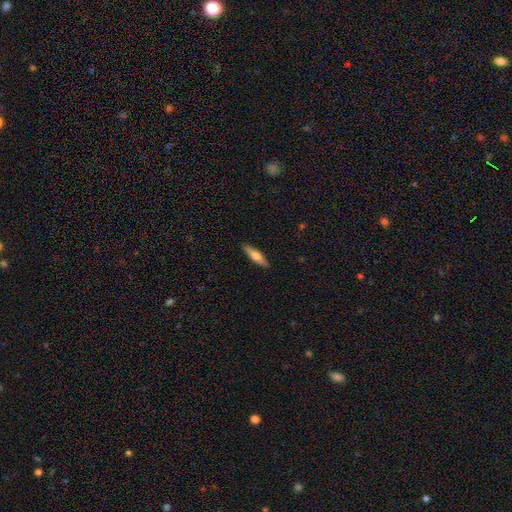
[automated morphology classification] A smooth galaxy with no disk features (57%) that is cigar-shaped (72%).

Vote fractions:
- Smooth or featured? smooth: 57% / featured or disk: 38% / star or artifact: 6%
- How rounded? cigar-shaped: 72% / in between: 26% / round: 2%
- Merging? none: 89% / minor disturbance: 8% / major disturbance: 2% / merger: 1%